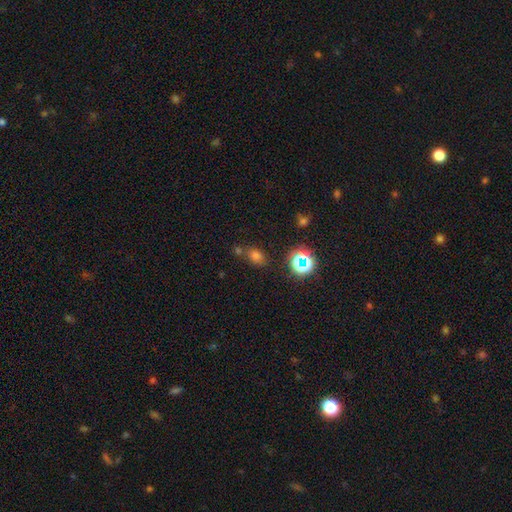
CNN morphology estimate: A smooth galaxy with no disk features (65%) that is in between round and cigar-shaped (64%). Merging: none (65%).